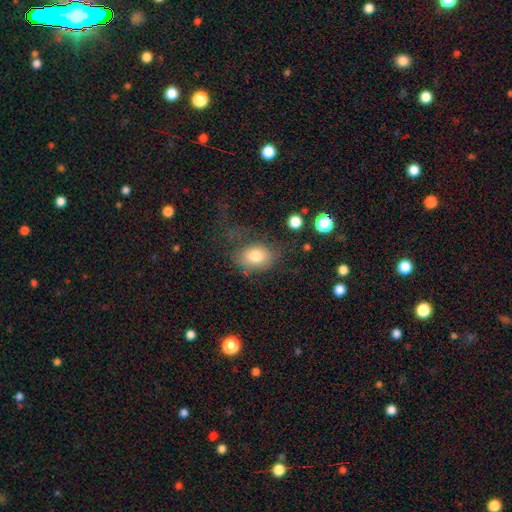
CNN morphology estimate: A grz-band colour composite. It shows a smooth galaxy with no disk features (78%) that is in between round and cigar-shaped (68%). Merging: none (53%).